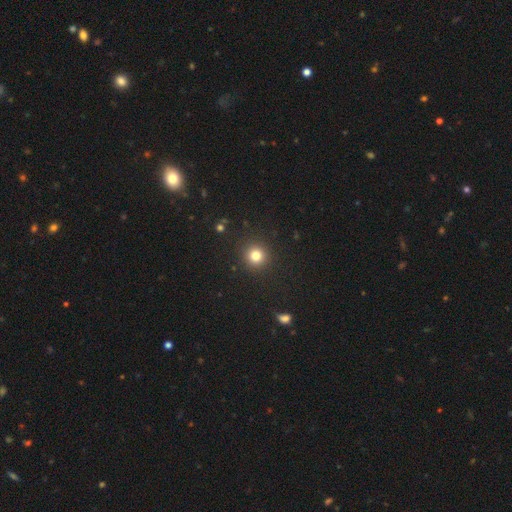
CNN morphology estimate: Smooth or featured: smooth — 81% (star or artifact — 14%)
How rounded: round — 94% (in between — 5%)
Merging: none — 91% (minor disturbance — 5%)